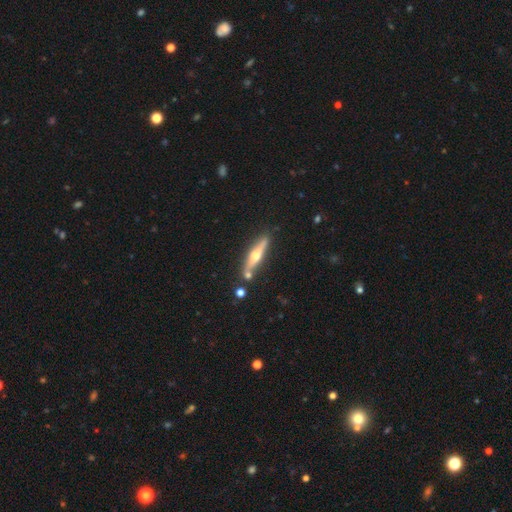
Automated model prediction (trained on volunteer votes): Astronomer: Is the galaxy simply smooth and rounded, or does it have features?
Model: featured or disk — 66%.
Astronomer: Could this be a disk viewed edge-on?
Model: yes — 95%.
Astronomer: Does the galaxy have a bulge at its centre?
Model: rounded — 94%.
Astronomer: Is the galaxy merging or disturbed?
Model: none — 78%.